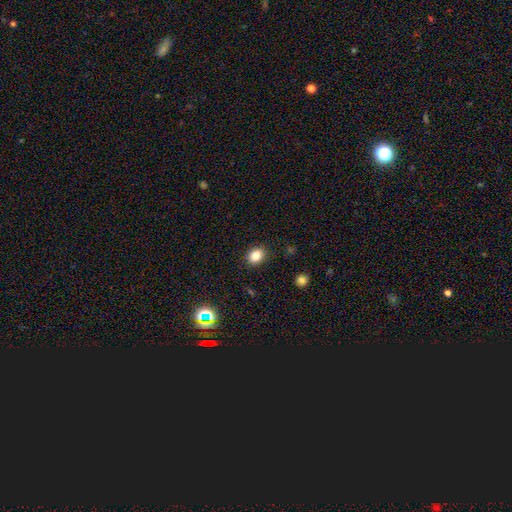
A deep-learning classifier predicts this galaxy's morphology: This appears to be a smooth galaxy with no disk features (85%) that is in between round and cigar-shaped (58%). Merging: none (88%).